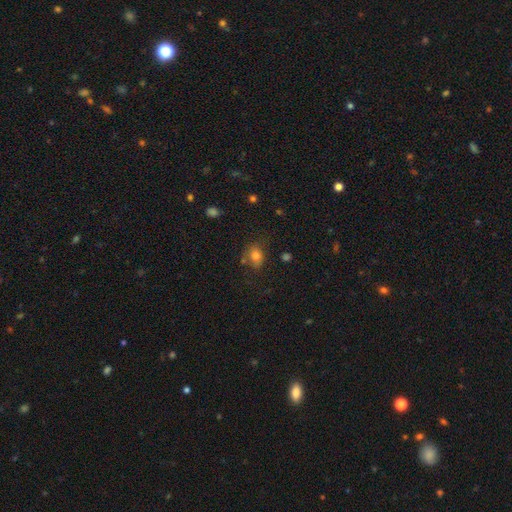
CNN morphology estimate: smooth-or-featured: smooth: 76% | star or artifact: 12% | featured or disk: 12%
  how-rounded: round: 51% | in between: 48% | cigar-shaped: 1%
  merging: none: 63% | minor disturbance: 22% | major disturbance: 8% | merger: 7%